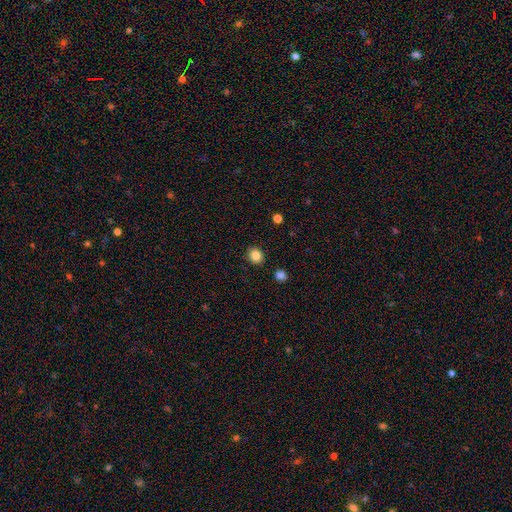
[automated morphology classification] Smooth or featured? smooth (85%)
How rounded? round (73%)
Merging? none (89%)